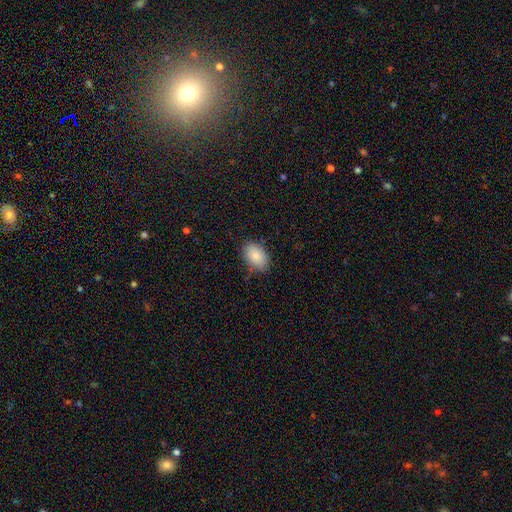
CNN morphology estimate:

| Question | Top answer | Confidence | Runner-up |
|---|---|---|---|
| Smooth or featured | smooth | 85% | featured or disk (8%) |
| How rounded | in between | 90% | round (9%) |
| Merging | none | 82% | minor disturbance (14%) |